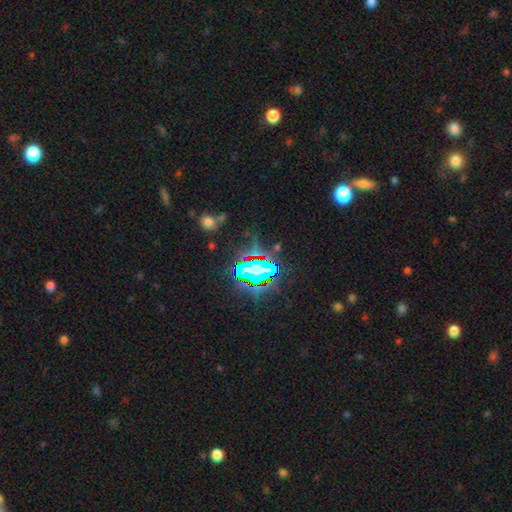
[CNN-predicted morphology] Smooth or featured? star or artifact (73%)